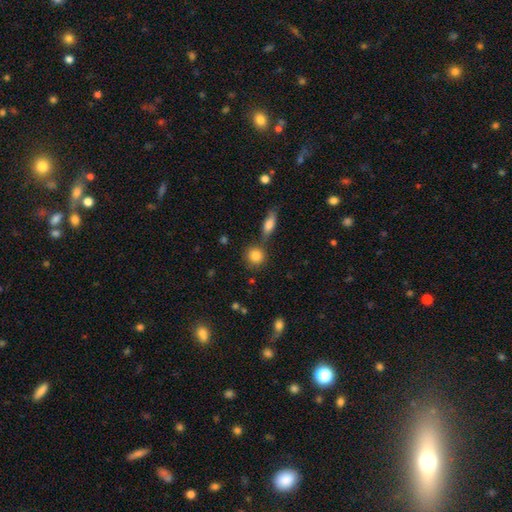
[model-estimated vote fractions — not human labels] Smooth or featured?
  - smooth: 84% *
  - star or artifact: 9%
  - featured or disk: 7%
How rounded?
  - round: 85% *
  - in between: 13%
  - cigar-shaped: 2%
Merging?
  - none: 70% *
  - merger: 17%
  - minor disturbance: 9%
  - major disturbance: 3%